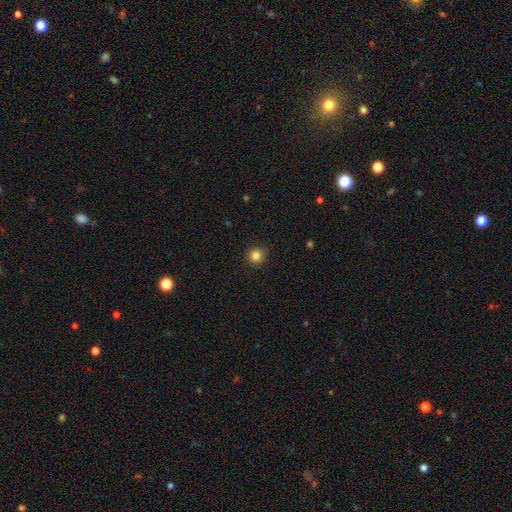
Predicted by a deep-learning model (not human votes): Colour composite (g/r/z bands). It shows a smooth galaxy with no disk features (84%) that is round (94%). Merging: none (89%).